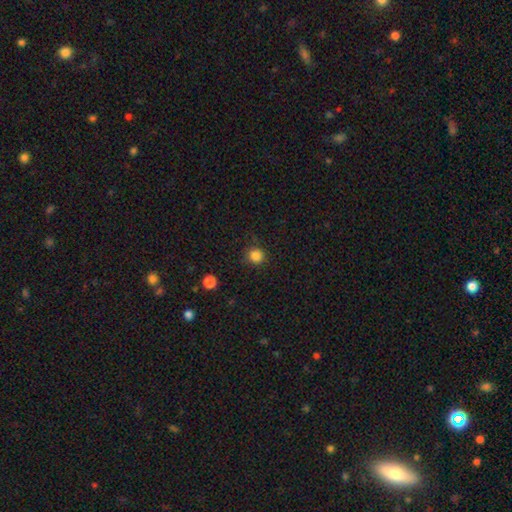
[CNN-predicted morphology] The model was most divided on "smooth or featured": smooth: 85%, star or artifact: 12%, featured or disk: 4%. More confident: how rounded — round (93%); merging — none (88%).